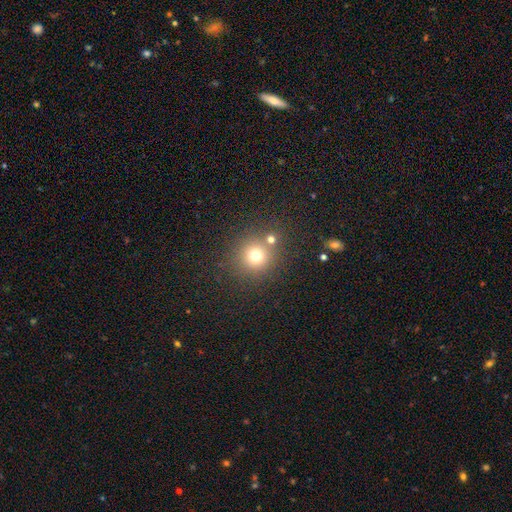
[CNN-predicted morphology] Q: Smooth or featured?
A: smooth (73%); runner-up: star or artifact (18%)
Q: How rounded?
A: round (93%); runner-up: in between (7%)
Q: Merging?
A: none (76%); runner-up: merger (14%)